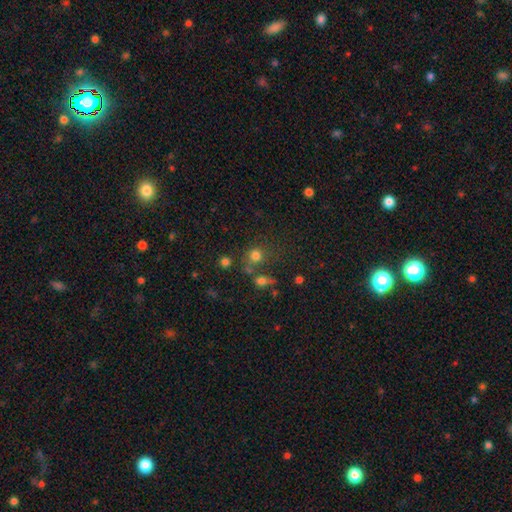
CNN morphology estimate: Smooth or featured? smooth (74%)
How rounded? round (82%)
Merging? none (57%)